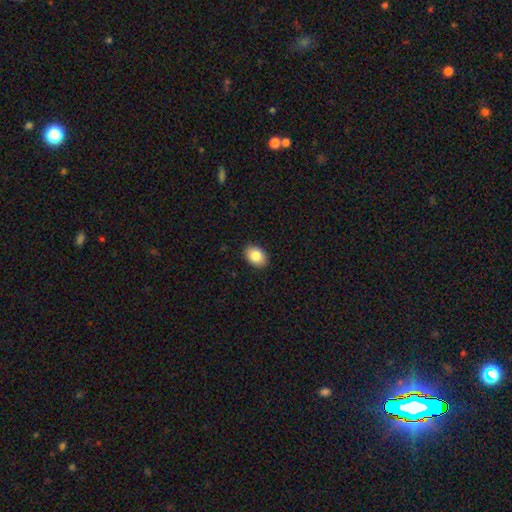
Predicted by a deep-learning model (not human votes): Q: Smooth or featured?
A: smooth (85%); runner-up: star or artifact (8%)
Q: How rounded?
A: in between (74%); runner-up: round (25%)
Q: Merging?
A: none (90%); runner-up: minor disturbance (8%)